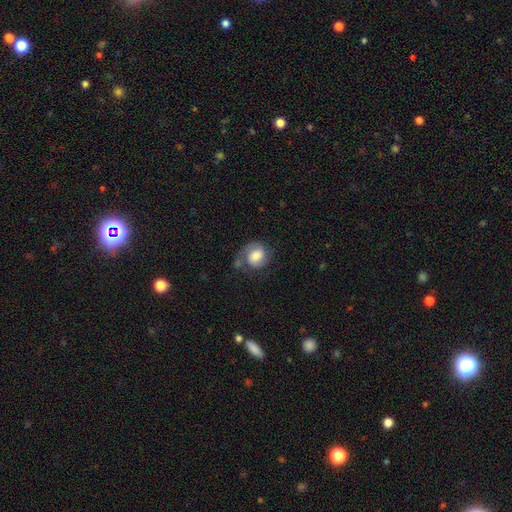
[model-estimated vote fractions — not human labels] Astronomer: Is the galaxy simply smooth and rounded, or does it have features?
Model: smooth — 51% (runner-up: featured or disk, 41%).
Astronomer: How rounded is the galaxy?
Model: round — 68%.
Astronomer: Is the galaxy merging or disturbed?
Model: none — 51%.